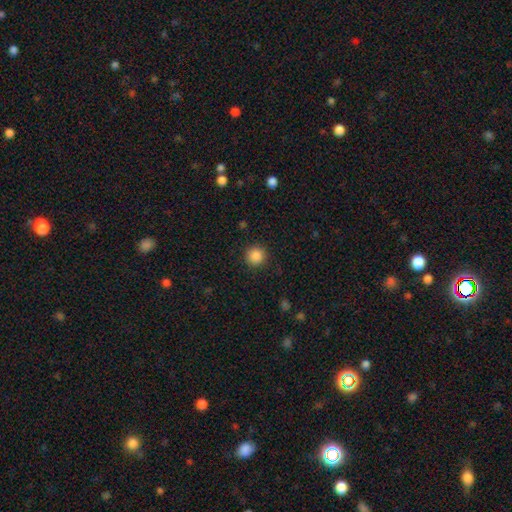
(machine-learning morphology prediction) smooth-or-featured: smooth: 87% | star or artifact: 10% | featured or disk: 3%
  how-rounded: round: 95% | in between: 4% | cigar-shaped: 1%
  merging: none: 91% | minor disturbance: 6% | major disturbance: 2% | merger: 1%